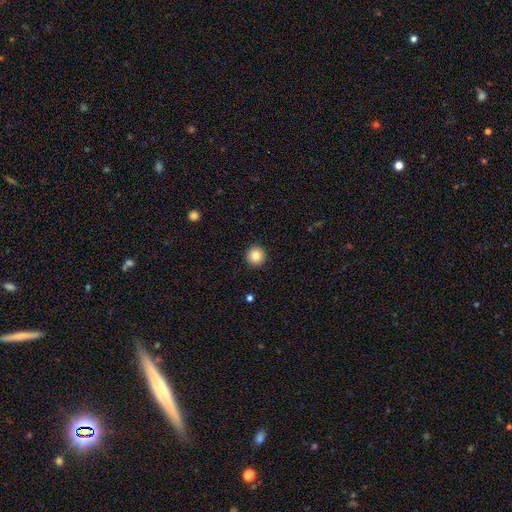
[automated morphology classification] smooth-or-featured: smooth: 84% | star or artifact: 10% | featured or disk: 7%
  how-rounded: round: 96% | in between: 4% | cigar-shaped: 1%
  merging: none: 93% | minor disturbance: 4% | major disturbance: 2% | merger: 1%